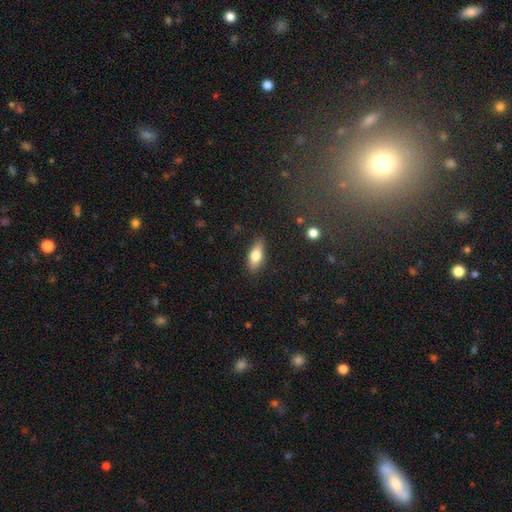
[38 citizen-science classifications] Smooth or featured? smooth (71%)
How rounded? in between (81%)
Merging? none (76%)